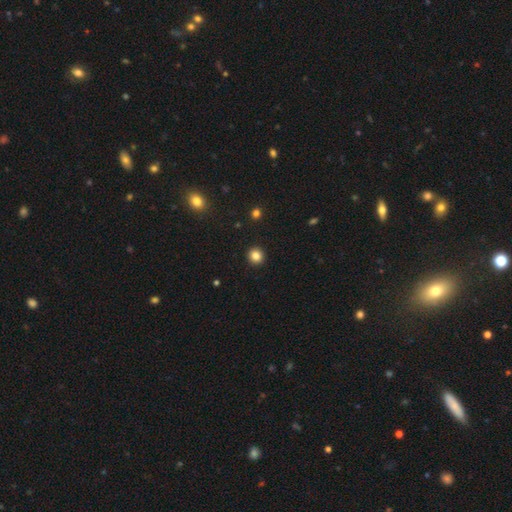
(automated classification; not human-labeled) Q: Smooth or featured?
A: smooth (85%); runner-up: star or artifact (11%)
Q: How rounded?
A: round (91%); runner-up: in between (8%)
Q: Merging?
A: none (93%); runner-up: minor disturbance (4%)